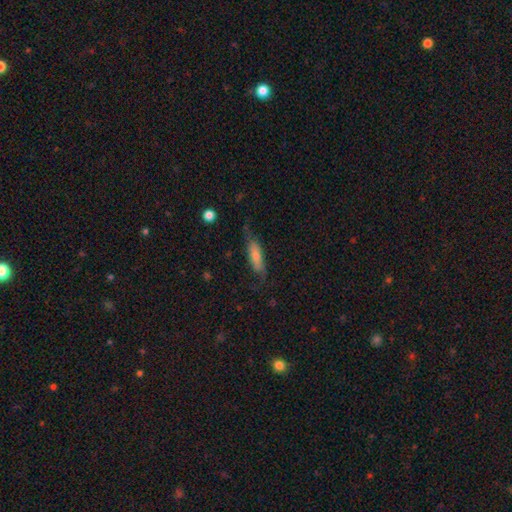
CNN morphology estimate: Smooth or featured? Predicted: smooth (p=0.64). How rounded? Predicted: cigar-shaped (p=0.51). Merging? Predicted: none (p=0.60).